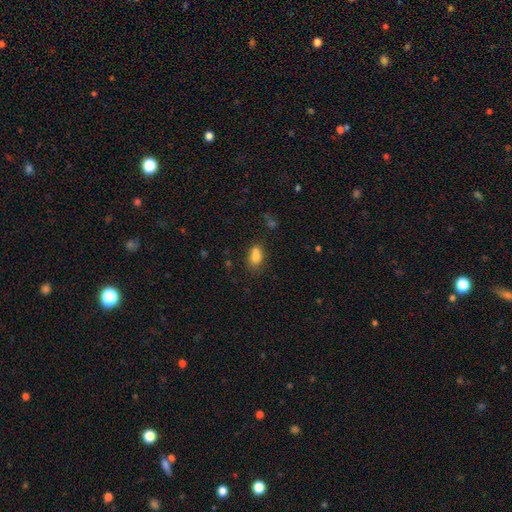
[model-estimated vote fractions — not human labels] Smooth or featured? smooth (77%)
How rounded? in between (75%)
Merging? none (43%)